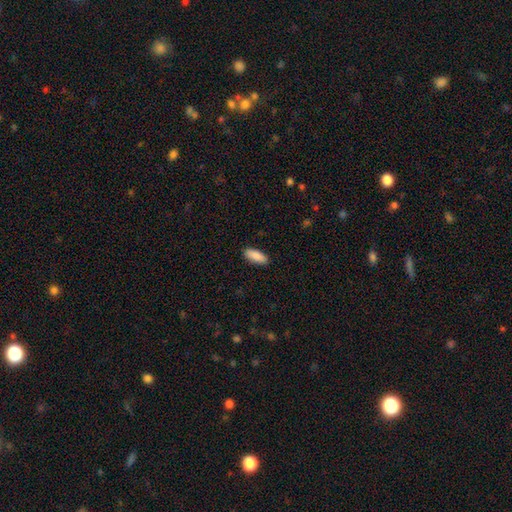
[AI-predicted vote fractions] Q: Smooth or featured?
A: smooth (89%); runner-up: star or artifact (6%)
Q: How rounded?
A: in between (79%); runner-up: cigar-shaped (20%)
Q: Merging?
A: none (90%); runner-up: minor disturbance (7%)